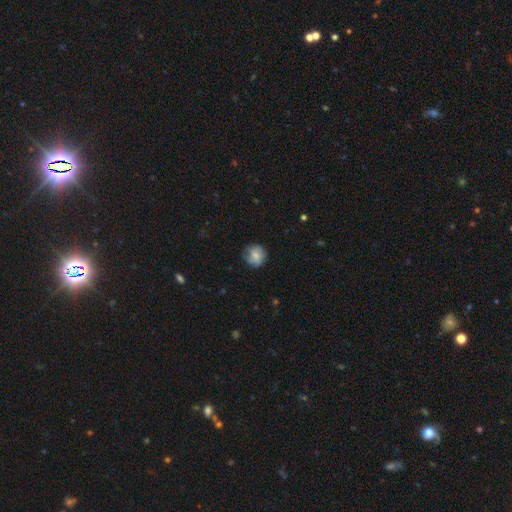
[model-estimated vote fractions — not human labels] smooth 65%, featured or disk 27%, star or artifact 8%. Down the decision tree: how rounded — round (85%); merging — none (66%).